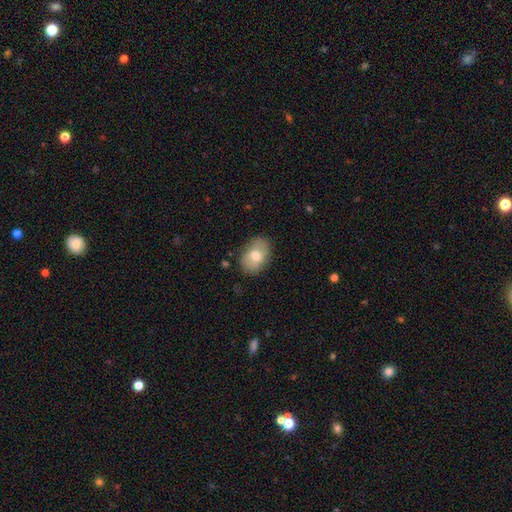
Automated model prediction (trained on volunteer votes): Overall: smooth (69%). How rounded: in between (80%). Merging: none (82%).